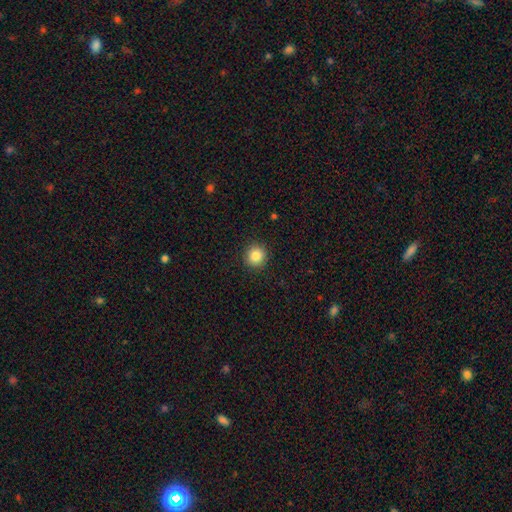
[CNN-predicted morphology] Smooth or featured: smooth — 85% (star or artifact — 10%)
How rounded: round — 90% (in between — 9%)
Merging: none — 91% (minor disturbance — 6%)